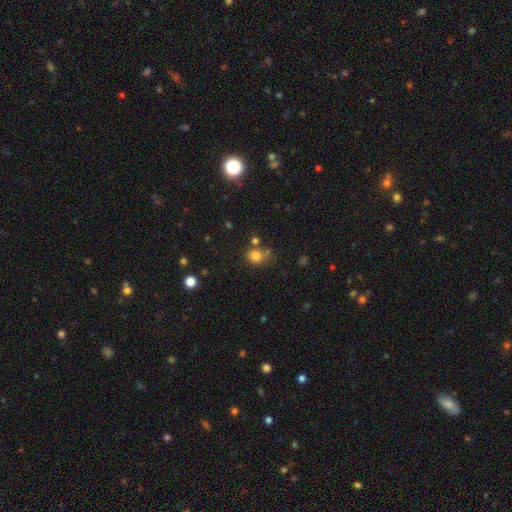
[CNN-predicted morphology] A smooth galaxy with no disk features (79%) that is round (81%). Merging: none (57%).